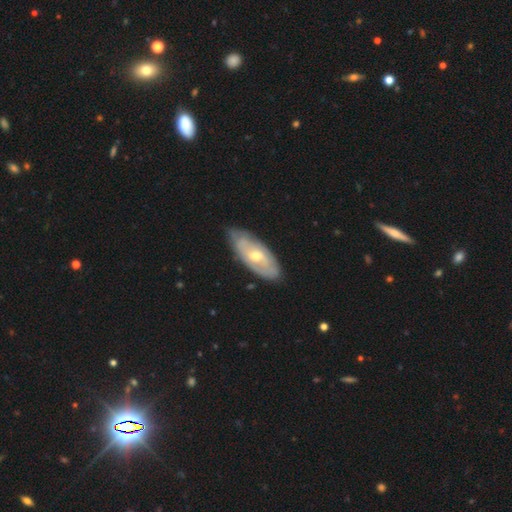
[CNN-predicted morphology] featured or disk 63%, smooth 32%, star or artifact 5%. Down the decision tree: edge-on disk — no (85%); bar — no (61%); spiral arms — yes (59%); bulge size — moderate (65%); merging — none (74%).